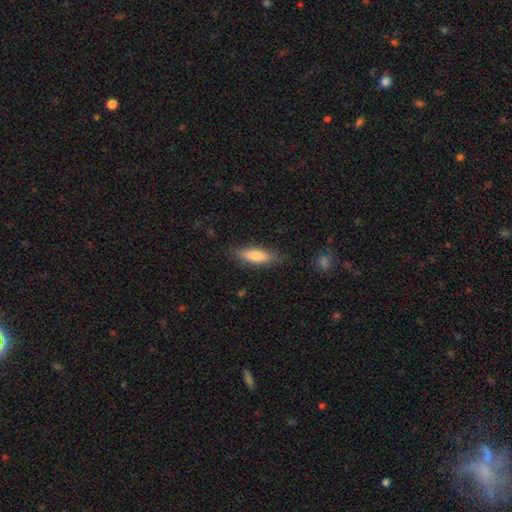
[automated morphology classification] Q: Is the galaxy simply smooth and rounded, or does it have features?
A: smooth — 78%.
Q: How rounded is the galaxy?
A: in between — 50%.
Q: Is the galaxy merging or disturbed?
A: none — 80%.